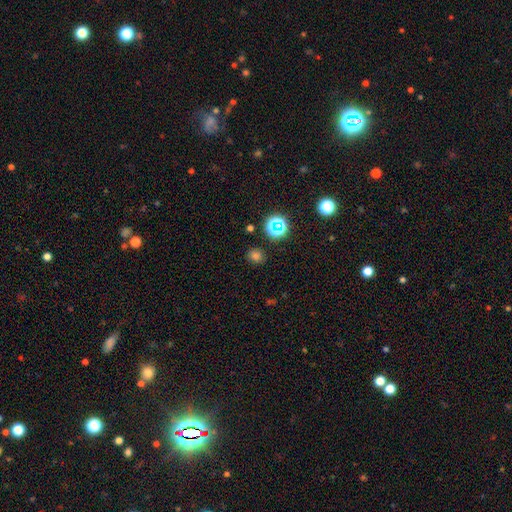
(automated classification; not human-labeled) Morphology: type=smooth (63%); roundness=round (86%); merging=none (87%).